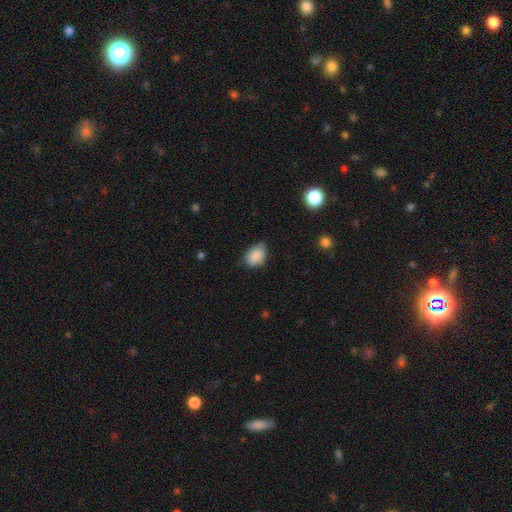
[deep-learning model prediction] Smooth or featured?
  - smooth: 87% *
  - star or artifact: 8%
  - featured or disk: 5%
How rounded?
  - in between: 76% *
  - round: 23%
  - cigar-shaped: 1%
Merging?
  - none: 64% *
  - minor disturbance: 29%
  - major disturbance: 5%
  - merger: 2%